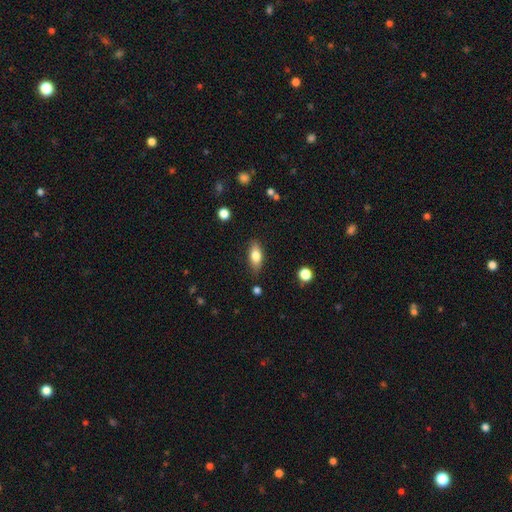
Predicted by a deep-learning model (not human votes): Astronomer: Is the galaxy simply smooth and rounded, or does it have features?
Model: smooth — 76%.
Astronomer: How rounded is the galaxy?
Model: in between — 81%.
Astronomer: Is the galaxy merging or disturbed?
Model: none — 83%.